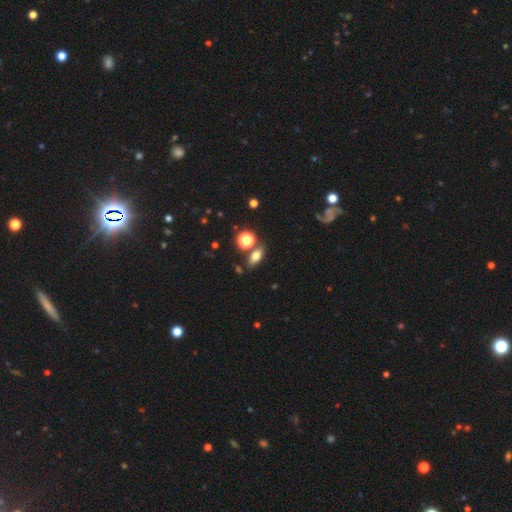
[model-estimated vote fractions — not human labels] smooth 71%, featured or disk 15%, star or artifact 14%. Down the decision tree: how rounded — in between (76%); merging — none (74%).